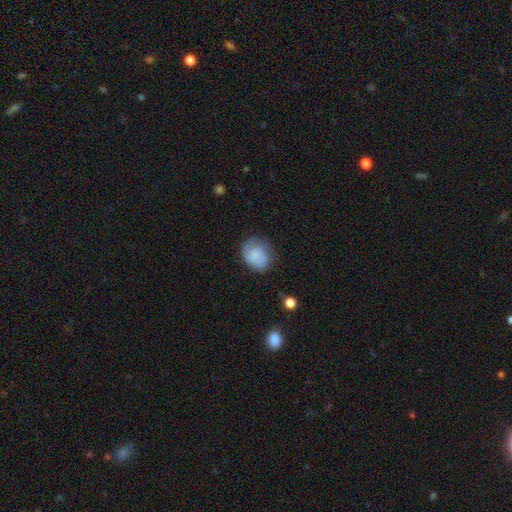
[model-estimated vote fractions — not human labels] smooth_or_featured: smooth (p=0.73) [alt: featured or disk p=0.19]
how_rounded: round (p=0.56) [alt: in between p=0.43]
merging: none (p=0.57) [alt: minor disturbance p=0.29]